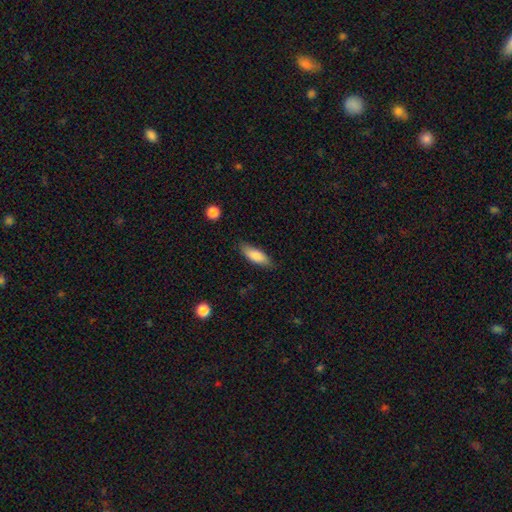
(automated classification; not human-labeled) A smooth galaxy with no disk features (84%) that is in between round and cigar-shaped (66%). Merging: none (81%).